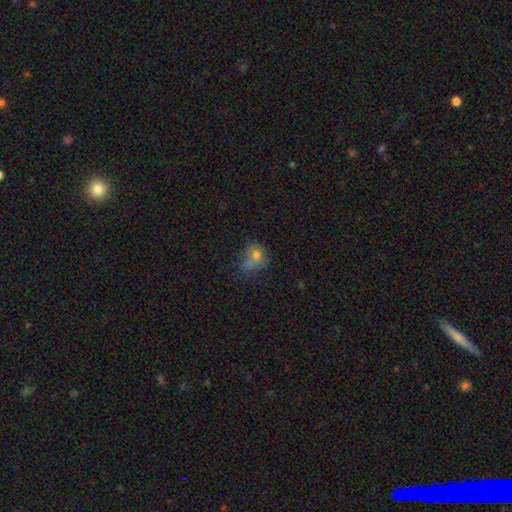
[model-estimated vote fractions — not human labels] This appears to be a smooth galaxy with no disk features (66%) that is round (54%). Merging: none (36%).